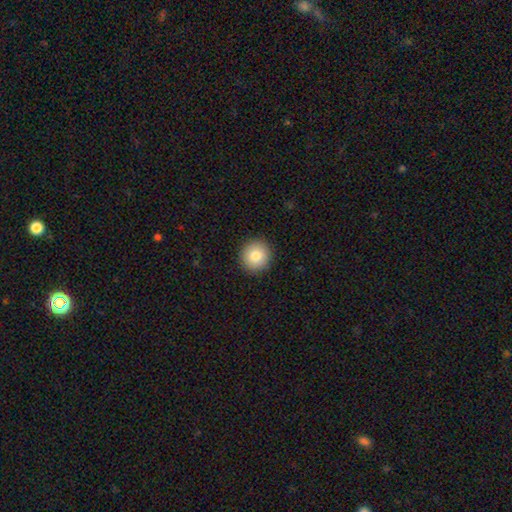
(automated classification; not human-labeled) smooth-or-featured: smooth: 83% | star or artifact: 9% | featured or disk: 9%
  how-rounded: round: 93% | in between: 6% | cigar-shaped: 1%
  merging: none: 92% | minor disturbance: 5% | major disturbance: 2% | merger: 1%